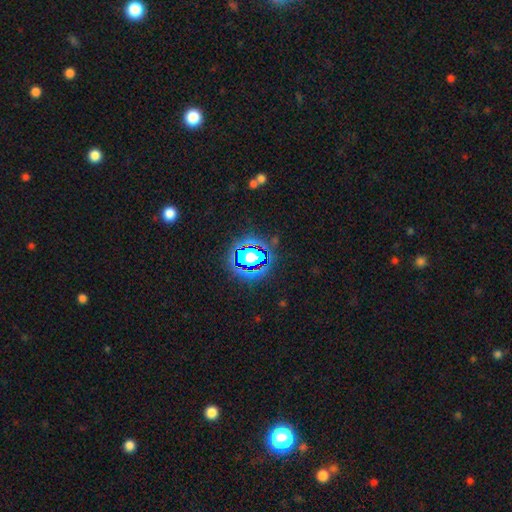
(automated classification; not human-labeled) A star or artifact, not a galaxy (81%).

Vote fractions:
- Smooth or featured? star or artifact: 81% / smooth: 12% / featured or disk: 7%